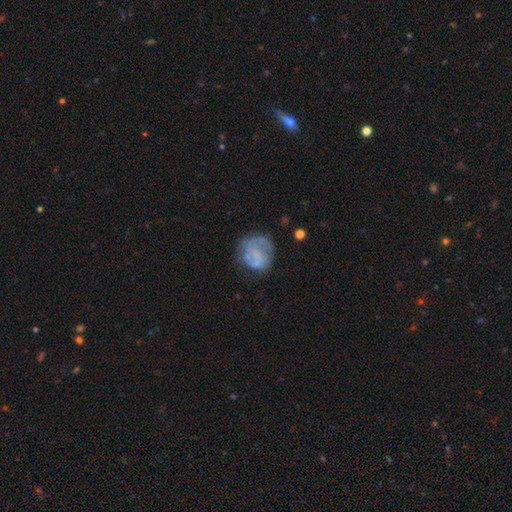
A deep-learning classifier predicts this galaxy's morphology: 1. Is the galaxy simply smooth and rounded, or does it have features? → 47% featured or disk, 44% smooth, 10% star or artifact.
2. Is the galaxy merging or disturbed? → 51% none, 25% minor disturbance, 21% major disturbance, 4% merger.